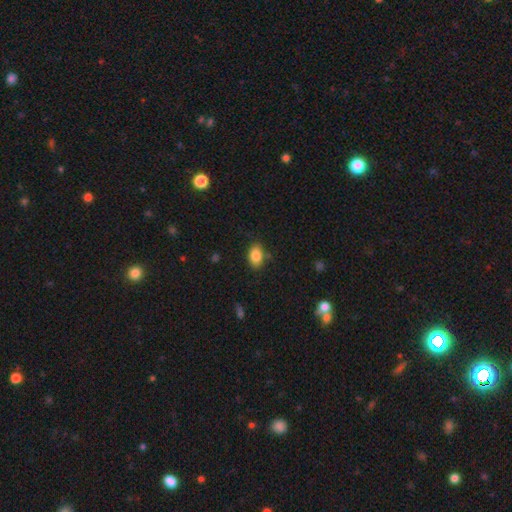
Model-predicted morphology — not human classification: Overall: smooth (84%). How rounded: in between (86%). Merging: none (80%).